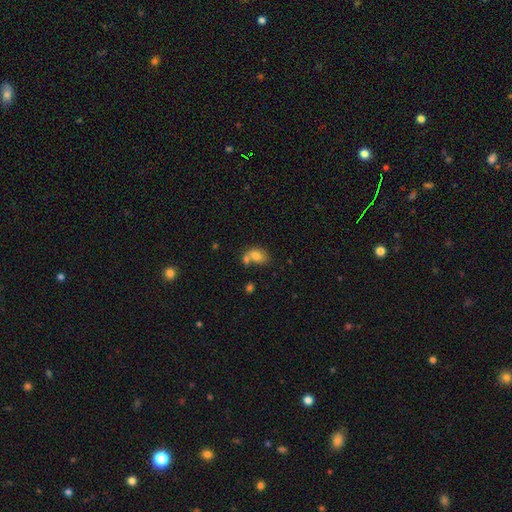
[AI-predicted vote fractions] smooth-or-featured: smooth: 77% | featured or disk: 13% | star or artifact: 10%
  how-rounded: in between: 80% | round: 19% | cigar-shaped: 2%
  merging: merger: 42% | none: 39% | minor disturbance: 13% | major disturbance: 6%